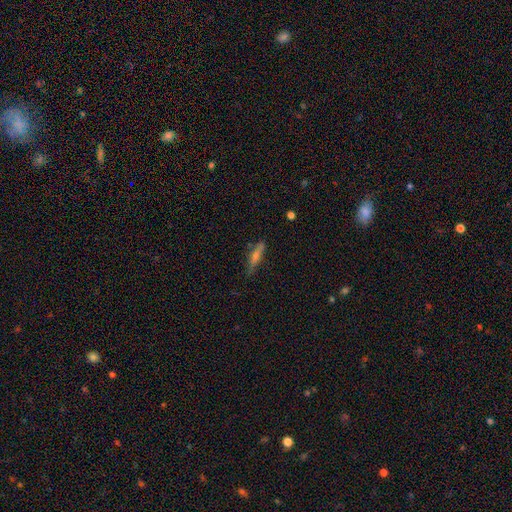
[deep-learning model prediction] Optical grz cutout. It shows a featured or disk galaxy (50%) viewed edge-on (89%). Merging: none (79%).